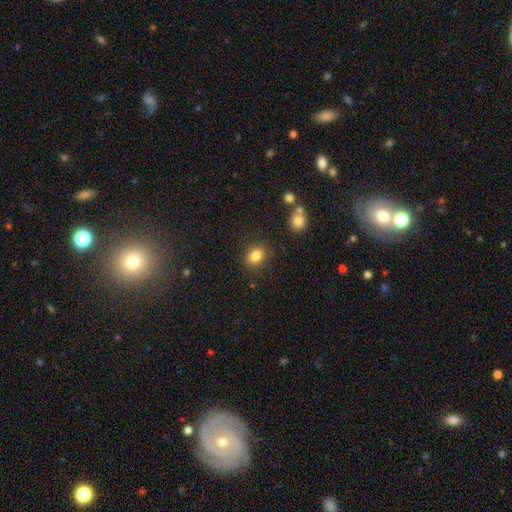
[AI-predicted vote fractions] A smooth galaxy with no disk features (83%) that is in between round and cigar-shaped (55%). Merging: none (85%).